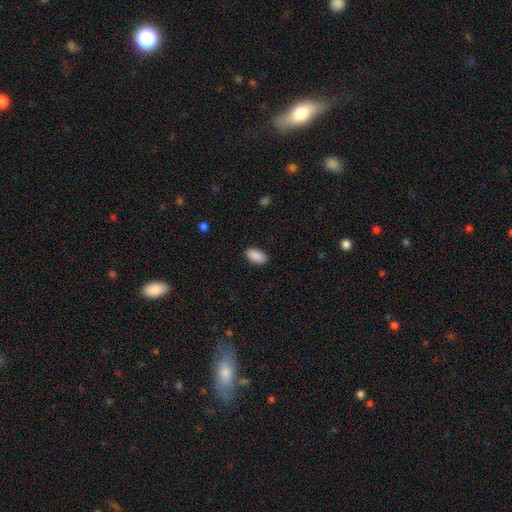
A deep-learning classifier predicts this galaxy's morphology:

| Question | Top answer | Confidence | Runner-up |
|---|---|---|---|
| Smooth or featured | smooth | 90% | star or artifact (7%) |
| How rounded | in between | 94% | round (3%) |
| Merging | none | 89% | minor disturbance (8%) |